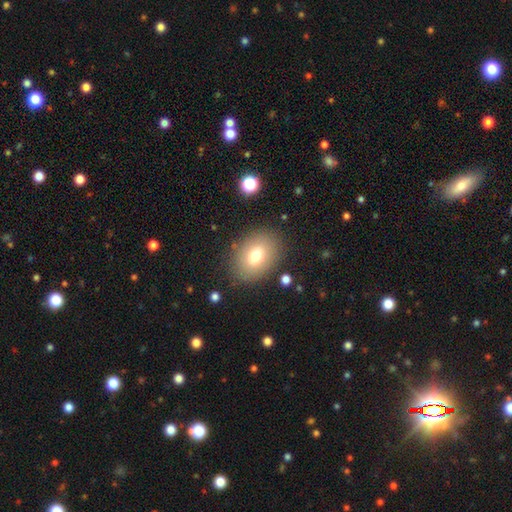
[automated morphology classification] Overall: smooth (73%). How rounded: in between (71%). Merging: none (84%).